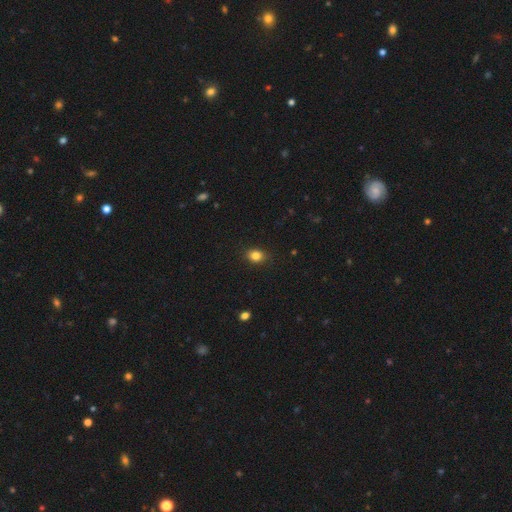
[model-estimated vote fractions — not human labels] This appears to be a smooth galaxy with no disk features (84%) that is in between round and cigar-shaped (54%). Merging: none (88%).